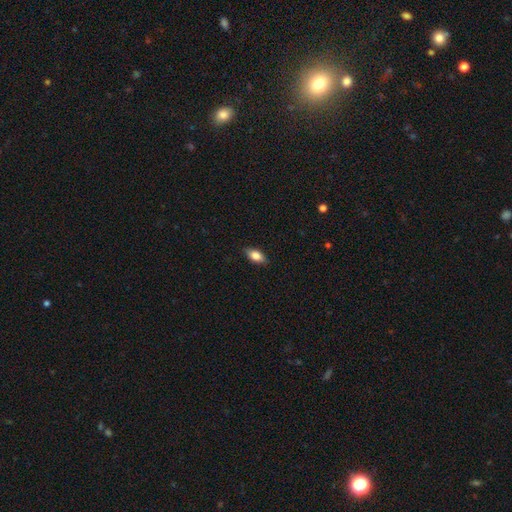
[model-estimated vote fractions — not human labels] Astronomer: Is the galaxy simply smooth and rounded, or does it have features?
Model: smooth — 80%.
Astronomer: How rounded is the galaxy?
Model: in between — 87%.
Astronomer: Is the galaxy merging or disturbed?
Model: none — 86%.